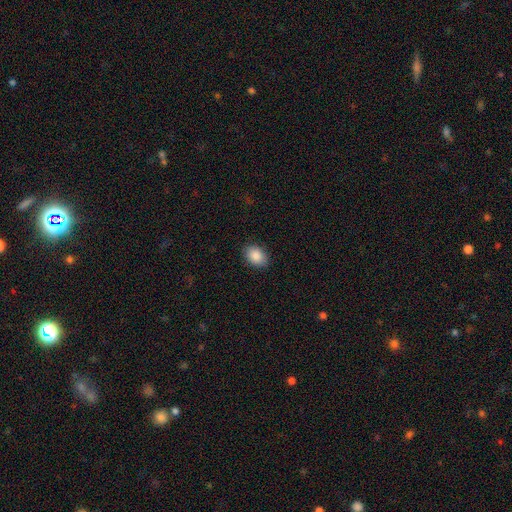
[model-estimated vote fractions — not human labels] Smooth or featured? smooth (89%)
How rounded? in between (76%)
Merging? none (87%)